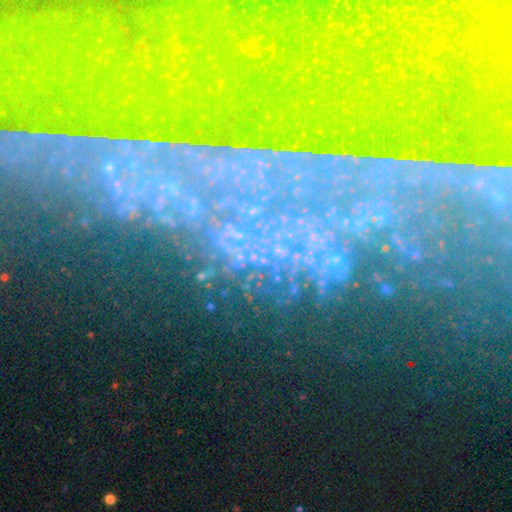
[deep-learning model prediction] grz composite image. It shows a star or artifact, not a galaxy (70%).